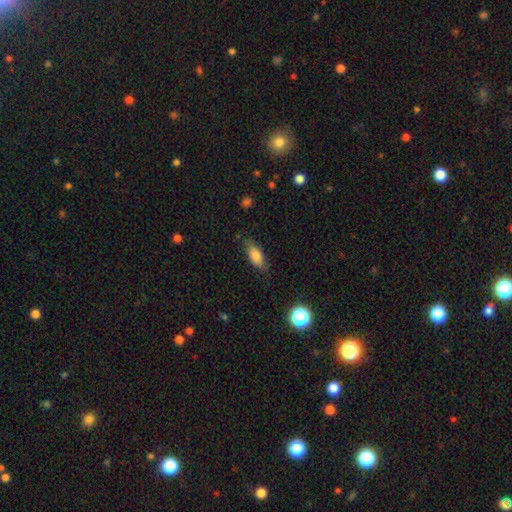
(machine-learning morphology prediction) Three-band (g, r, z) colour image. It shows a smooth galaxy with no disk features (81%) that is in between round and cigar-shaped (81%). Merging: none (77%).